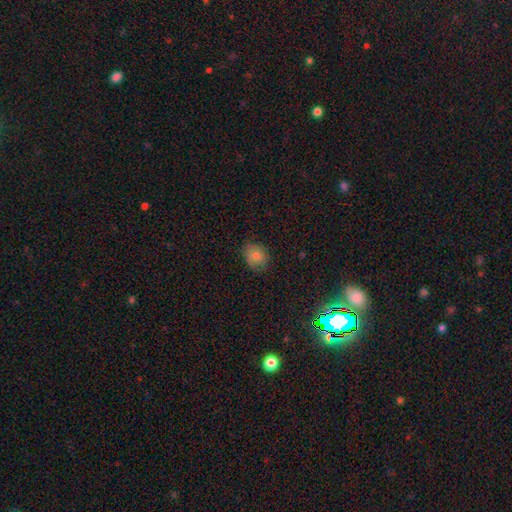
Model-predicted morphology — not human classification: This appears to be a smooth galaxy with no disk features (71%) that is round (62%). Merging: none (80%).